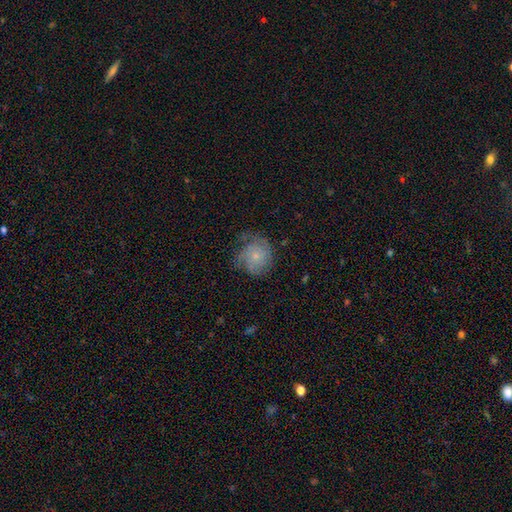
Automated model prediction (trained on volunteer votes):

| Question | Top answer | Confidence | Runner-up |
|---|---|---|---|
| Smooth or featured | featured or disk | 51% | smooth (40%) |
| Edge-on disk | no | 98% | yes (2%) |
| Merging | none | 56% | minor disturbance (26%) |